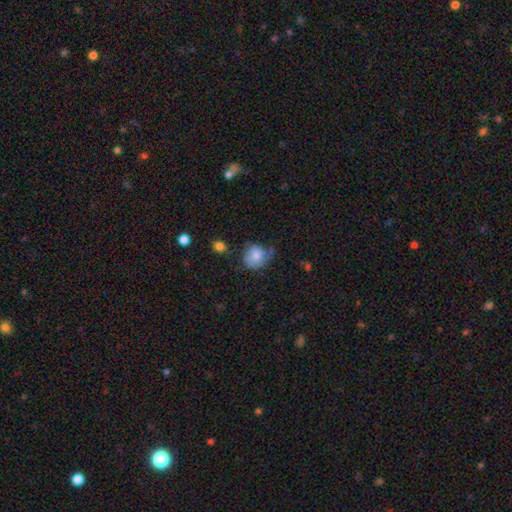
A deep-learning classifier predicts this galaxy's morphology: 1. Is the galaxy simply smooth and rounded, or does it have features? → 75% smooth, 17% featured or disk, 8% star or artifact.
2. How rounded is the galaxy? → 71% round, 28% in between, 1% cigar-shaped.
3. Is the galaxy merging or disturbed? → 41% none, 36% minor disturbance, 17% major disturbance, 5% merger.